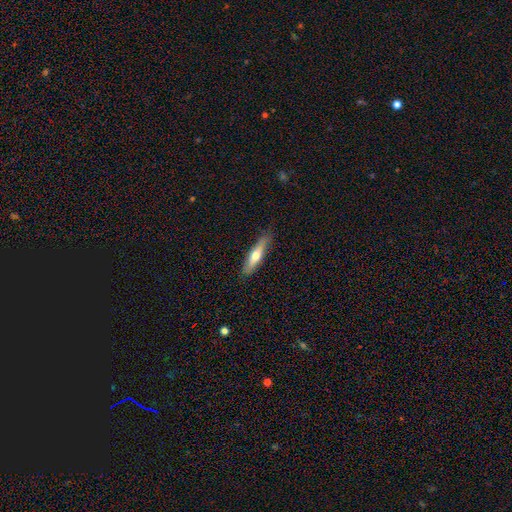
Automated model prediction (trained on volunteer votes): Smooth or featured?
  - smooth: 54% *
  - featured or disk: 40%
  - star or artifact: 6%
How rounded?
  - cigar-shaped: 75% *
  - in between: 23%
  - round: 2%
Merging?
  - none: 82% *
  - minor disturbance: 14%
  - major disturbance: 3%
  - merger: 1%